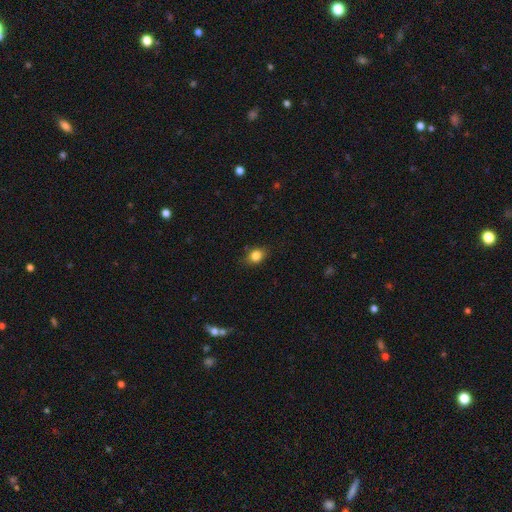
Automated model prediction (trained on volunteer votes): A smooth galaxy with no disk features (83%) that is in between round and cigar-shaped (49%, tied with round). Merging: none (79%).